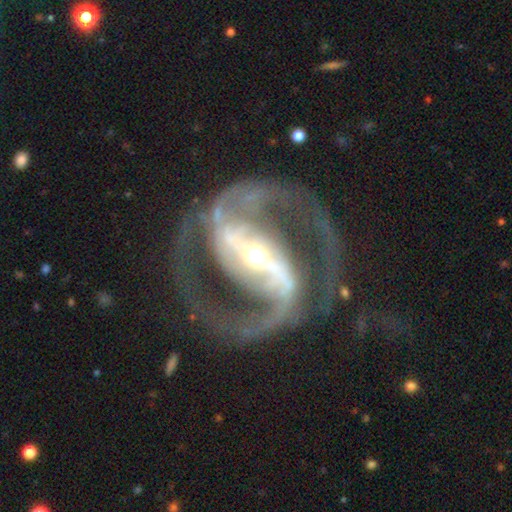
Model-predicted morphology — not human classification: A featured or disk galaxy (93%) with a strong bar (76%), 2 (93%) medium (64%) spiral arms (98%) and a moderate central bulge (51%).

Vote fractions:
- Smooth or featured? featured or disk: 93% / star or artifact: 4% / smooth: 2%
- Edge-on disk? no: 97% / yes: 3%
- Bar? strong: 76% / weak: 17% / no: 7%
- Spiral arms? yes: 98% / no: 2%
- Spiral winding? medium: 64% / tight: 22% / loose: 14%
- Spiral arm count? 2: 93% / 3: 2% / can't tell: 2% / 1: 1% / 4: 1% / more than 4: 1%
- Bulge size? moderate: 51% / small: 42% / large: 5% / dominant: 1% / none: 1%
- Merging? none: 76% / minor disturbance: 12% / major disturbance: 10% / merger: 2%